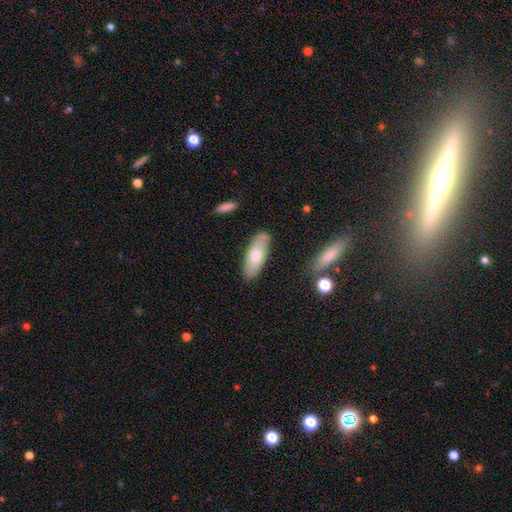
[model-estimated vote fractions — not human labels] A smooth galaxy with no disk features (68%) that is in between round and cigar-shaped (73%). Merging: none (83%).